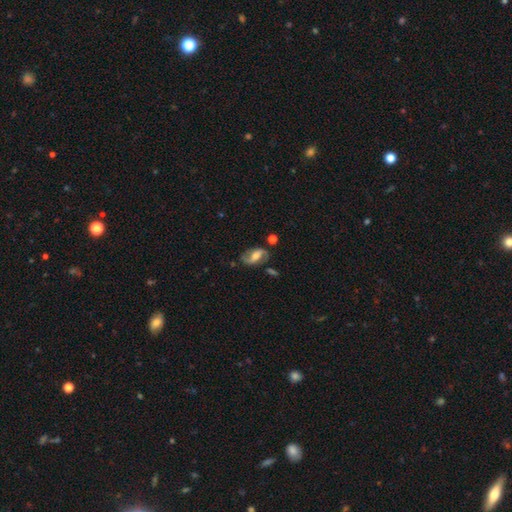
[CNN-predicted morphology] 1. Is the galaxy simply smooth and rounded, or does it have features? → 77% featured or disk, 17% smooth, 6% star or artifact.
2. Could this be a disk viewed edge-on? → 95% no, 5% yes.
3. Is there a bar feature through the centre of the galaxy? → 41% weak, 33% strong, 26% no.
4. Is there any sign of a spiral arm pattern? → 91% yes, 9% no.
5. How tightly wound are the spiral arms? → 43% loose, 41% medium, 16% tight.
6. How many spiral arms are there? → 90% 2, 4% can't tell, 3% 1, 1% 3, 1% 4, 1% more than 4.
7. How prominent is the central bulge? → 62% moderate, 23% small, 10% large, 3% none, 1% dominant.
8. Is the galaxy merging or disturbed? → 74% none, 16% minor disturbance, 6% major disturbance, 4% merger.